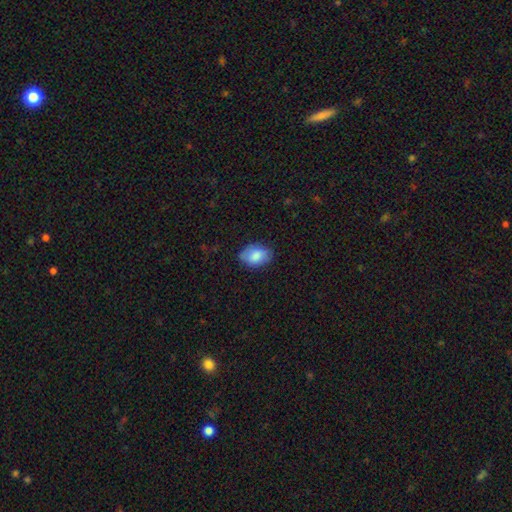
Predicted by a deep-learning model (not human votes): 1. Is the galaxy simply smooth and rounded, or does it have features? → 82% smooth, 11% featured or disk, 7% star or artifact.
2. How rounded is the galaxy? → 84% in between, 15% round, 1% cigar-shaped.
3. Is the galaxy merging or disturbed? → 77% none, 18% minor disturbance, 4% major disturbance, 1% merger.